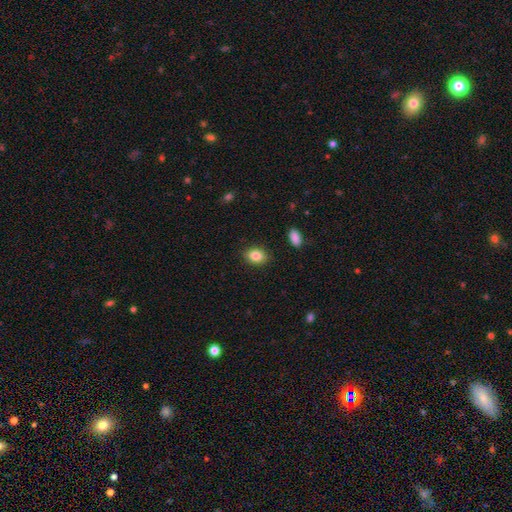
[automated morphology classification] smooth 85%, star or artifact 9%, featured or disk 7%. Down the decision tree: how rounded — in between (71%); merging — none (87%).